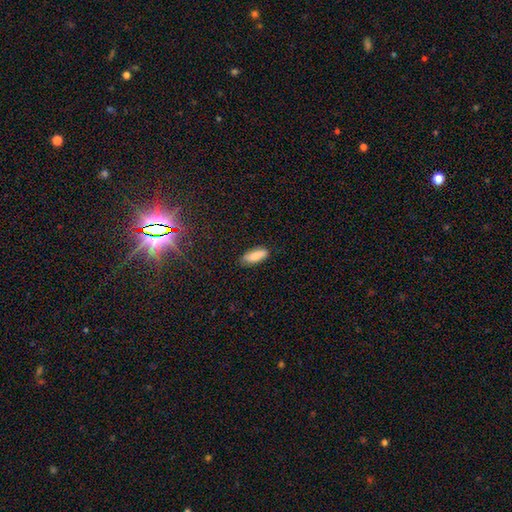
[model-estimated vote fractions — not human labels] A smooth galaxy with no disk features (78%) that is in between round and cigar-shaped (69%).

Vote fractions:
- Smooth or featured? smooth: 78% / featured or disk: 16% / star or artifact: 6%
- How rounded? in between: 69% / cigar-shaped: 29% / round: 2%
- Merging? none: 86% / minor disturbance: 11% / major disturbance: 2% / merger: 1%